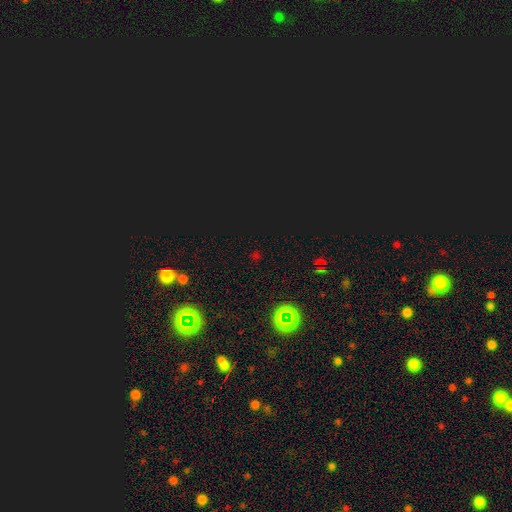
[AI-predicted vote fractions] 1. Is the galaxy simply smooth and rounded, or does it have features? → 73% star or artifact, 20% smooth, 7% featured or disk.